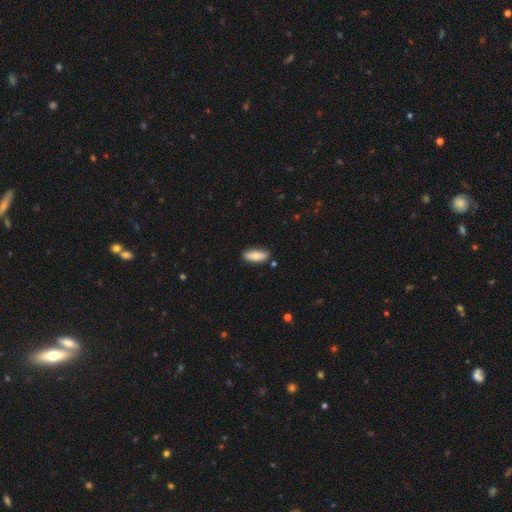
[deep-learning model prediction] Morphology: type=smooth (78%); roundness=in between (72%); merging=none (84%).